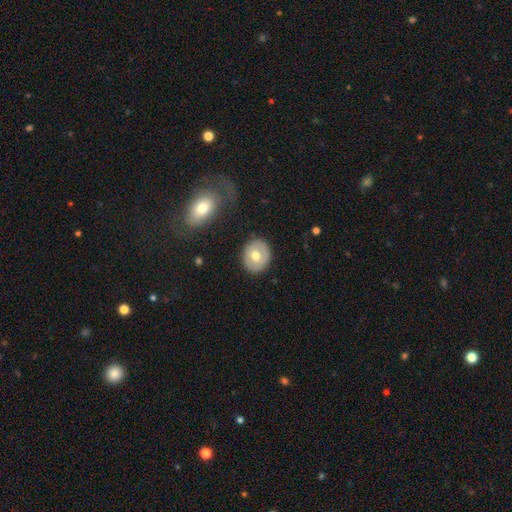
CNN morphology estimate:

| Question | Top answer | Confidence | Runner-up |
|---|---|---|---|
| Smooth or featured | smooth | 58% | featured or disk (35%) |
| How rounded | round | 72% | in between (27%) |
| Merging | none | 87% | minor disturbance (9%) |